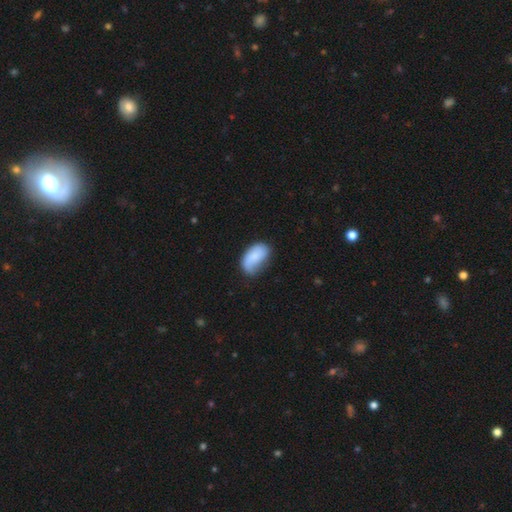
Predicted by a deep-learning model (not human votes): This is likely a smooth galaxy (78%). How rounded: clearly in between (93%). Merging: possibly none (48%).